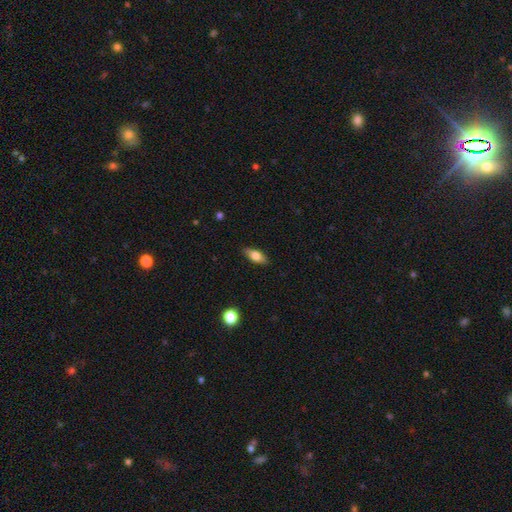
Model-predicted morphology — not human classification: A smooth galaxy with no disk features (71%) that is in between round and cigar-shaped (78%).

Vote fractions:
- Smooth or featured? smooth: 71% / featured or disk: 22% / star or artifact: 7%
- How rounded? in between: 78% / cigar-shaped: 19% / round: 3%
- Merging? none: 87% / minor disturbance: 10% / major disturbance: 2% / merger: 1%